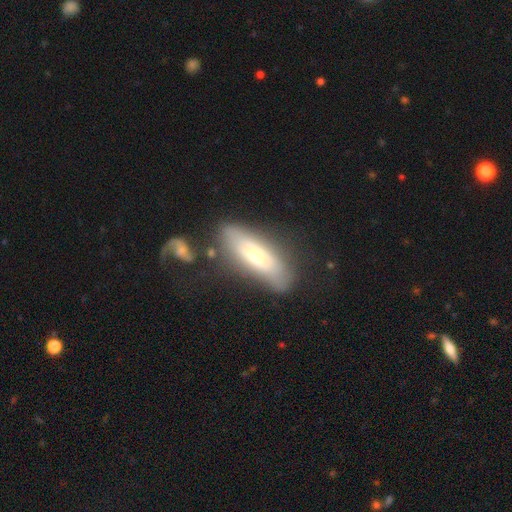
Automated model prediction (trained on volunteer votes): A featured or disk galaxy (52%).

Vote fractions:
- Smooth or featured? featured or disk: 52% / smooth: 42% / star or artifact: 6%
- Edge-on disk? no: 53% / yes: 47%
- Merging? none: 67% / minor disturbance: 18% / major disturbance: 7% / merger: 7%